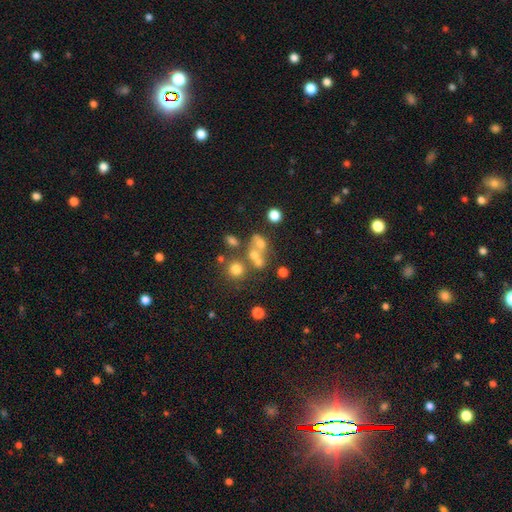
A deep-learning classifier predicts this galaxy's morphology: A smooth galaxy with no disk features (54%) that is round (67%). Merging: merger (45%).